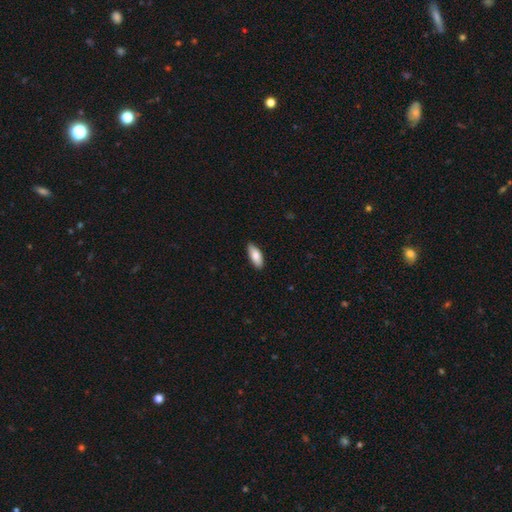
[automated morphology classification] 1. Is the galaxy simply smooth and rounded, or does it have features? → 82% smooth, 13% featured or disk, 6% star or artifact.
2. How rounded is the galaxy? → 81% in between, 17% cigar-shaped, 2% round.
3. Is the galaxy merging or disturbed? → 85% none, 12% minor disturbance, 2% major disturbance, 1% merger.